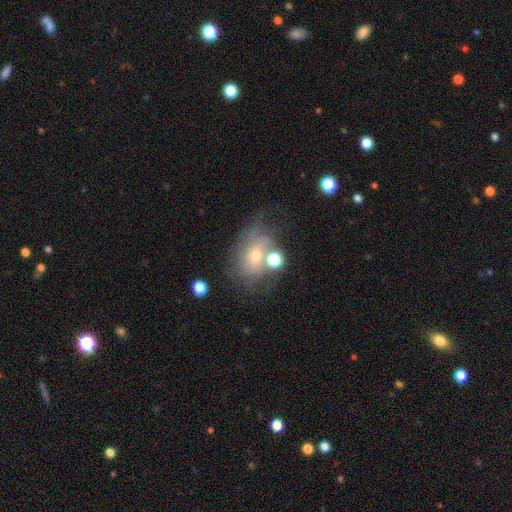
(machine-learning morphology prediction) A featured or disk galaxy (56%) with no bar (74%), spiral arms (72%) and a small central bulge (55%).

Vote fractions:
- Smooth or featured? featured or disk: 56% / smooth: 30% / star or artifact: 14%
- Edge-on disk? no: 96% / yes: 4%
- Bar? no: 74% / weak: 22% / strong: 4%
- Spiral arms? yes: 72% / no: 28%
- Bulge size? small: 55% / moderate: 37% / large: 3% / none: 3% / dominant: 1%
- Merging? none: 47% / minor disturbance: 22% / major disturbance: 18% / merger: 13%